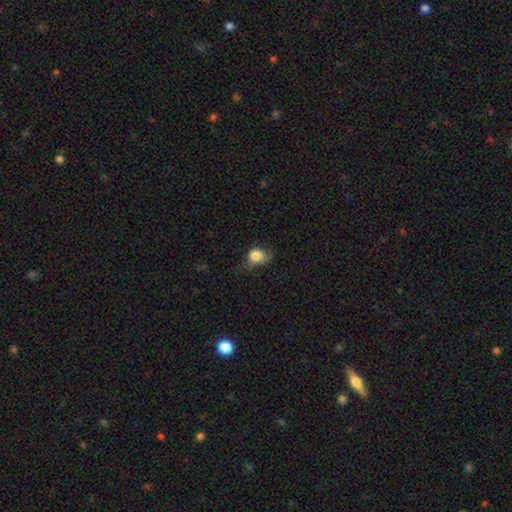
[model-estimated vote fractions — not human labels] A smooth galaxy with no disk features (80%) that is round (54%). Merging: minor disturbance (37%).